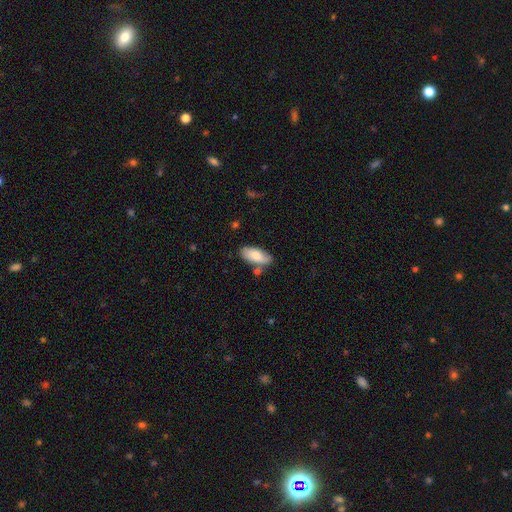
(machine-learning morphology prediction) smooth_or_featured: smooth (p=0.77) [alt: featured or disk p=0.17]
how_rounded: in between (p=0.87) [alt: cigar-shaped p=0.11]
merging: none (p=0.67) [alt: minor disturbance p=0.19]